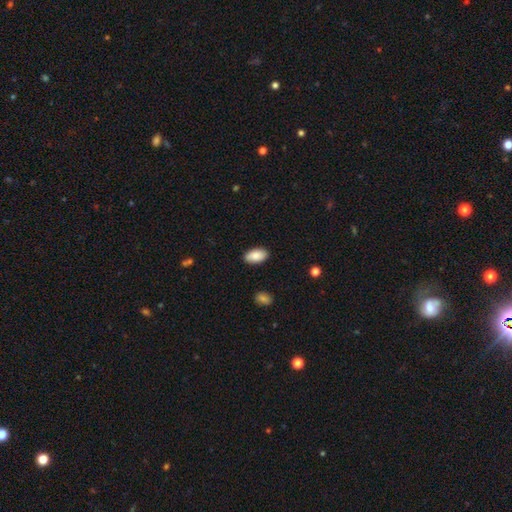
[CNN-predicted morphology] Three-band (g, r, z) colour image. It shows a smooth galaxy with no disk features (87%) that is in between round and cigar-shaped (95%). Merging: none (88%).